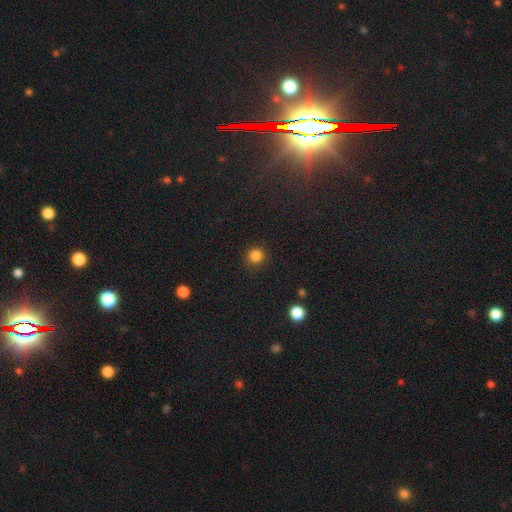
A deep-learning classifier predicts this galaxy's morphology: smooth 84%, star or artifact 13%, featured or disk 3%. Down the decision tree: how rounded — round (93%); merging — none (88%).